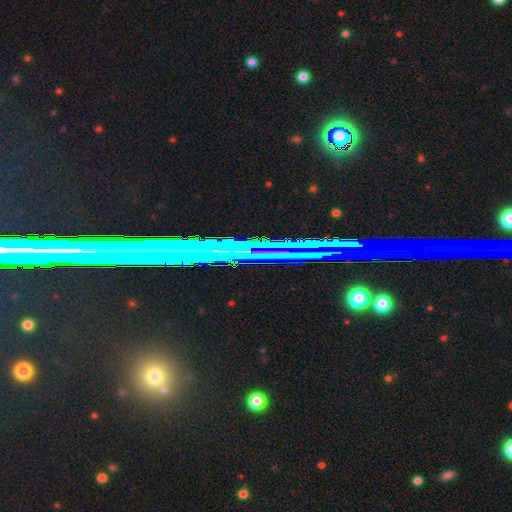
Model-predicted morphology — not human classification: Smooth or featured? Predicted: star or artifact (p=0.72).